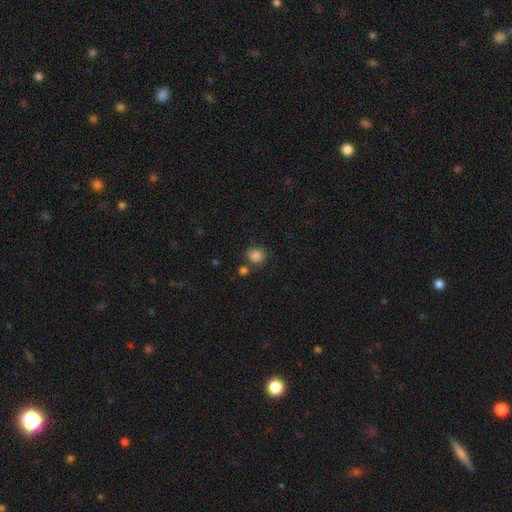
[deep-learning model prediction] A smooth galaxy with no disk features (85%) that is round (68%). Merging: none (73%).